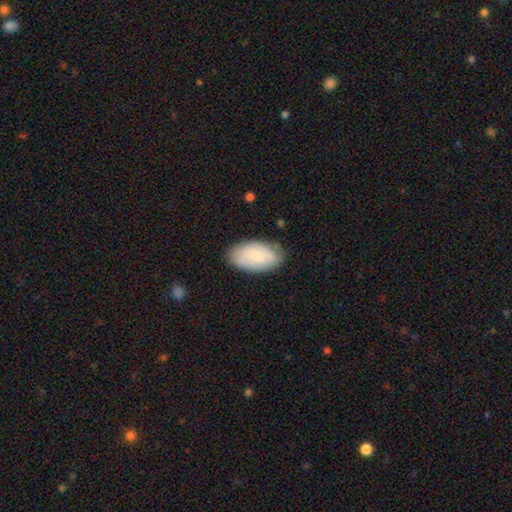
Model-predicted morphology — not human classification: Smooth or featured?
  - smooth: 77% *
  - featured or disk: 17%
  - star or artifact: 6%
How rounded?
  - in between: 95% *
  - round: 3%
  - cigar-shaped: 2%
Merging?
  - none: 78% *
  - minor disturbance: 17%
  - major disturbance: 4%
  - merger: 1%